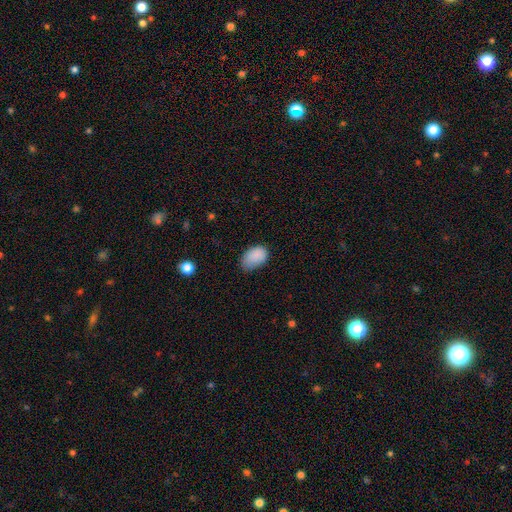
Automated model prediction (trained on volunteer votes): Smooth or featured? smooth (87%)
How rounded? in between (88%)
Merging? none (52%)